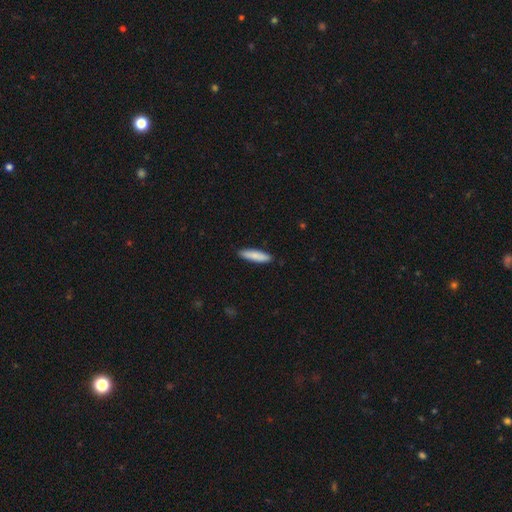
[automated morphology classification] type=smooth (84%); roundness=cigar-shaped (75%); merging=none (89%).